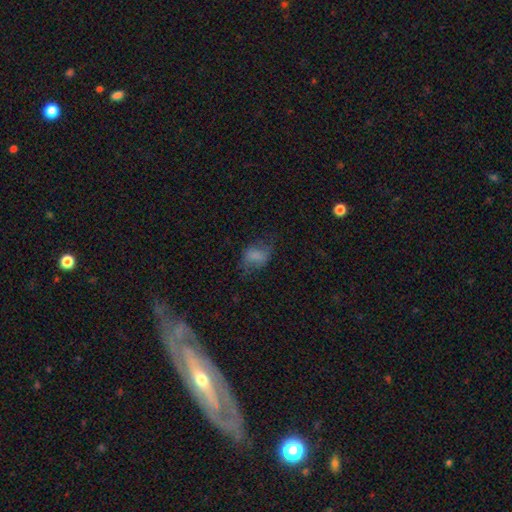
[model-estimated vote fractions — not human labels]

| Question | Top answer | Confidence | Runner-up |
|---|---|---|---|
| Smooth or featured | smooth | 65% | featured or disk (23%) |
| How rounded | in between | 77% | round (21%) |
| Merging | none | 50% | minor disturbance (27%) |